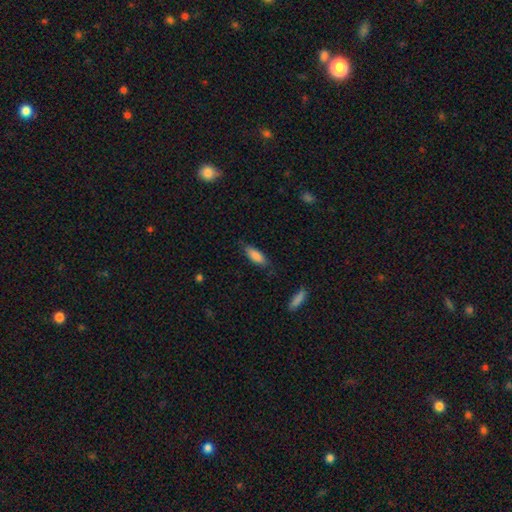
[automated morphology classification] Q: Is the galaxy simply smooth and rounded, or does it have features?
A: smooth — 84%.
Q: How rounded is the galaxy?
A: in between — 59%.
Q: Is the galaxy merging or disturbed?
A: none — 78%.